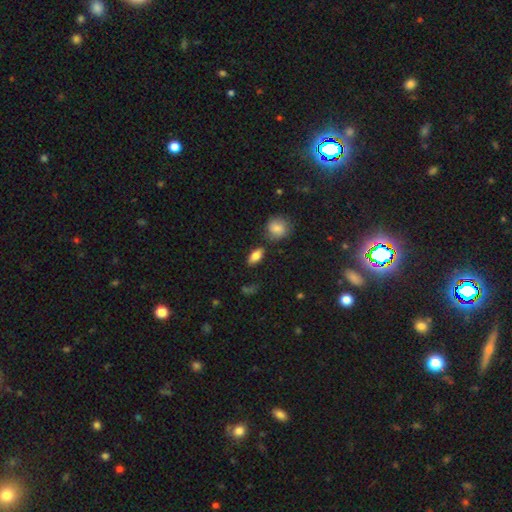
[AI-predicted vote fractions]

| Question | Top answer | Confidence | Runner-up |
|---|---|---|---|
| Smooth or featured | smooth | 79% | featured or disk (13%) |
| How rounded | in between | 86% | cigar-shaped (9%) |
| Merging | none | 81% | minor disturbance (11%) |